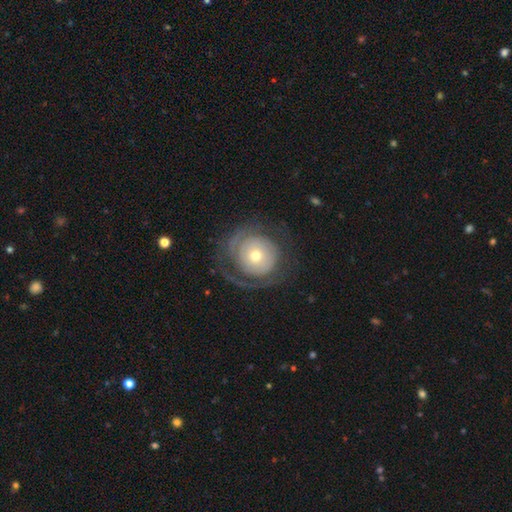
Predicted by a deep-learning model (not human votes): The model was most divided on "bulge size": moderate: 52%, small: 41%, large: 5%, dominant: 1%, none: 1%. More confident: edge-on disk — no (97%); bar — no (84%); spiral arms — yes (72%); smooth or featured — featured or disk (68%); merging — none (65%).